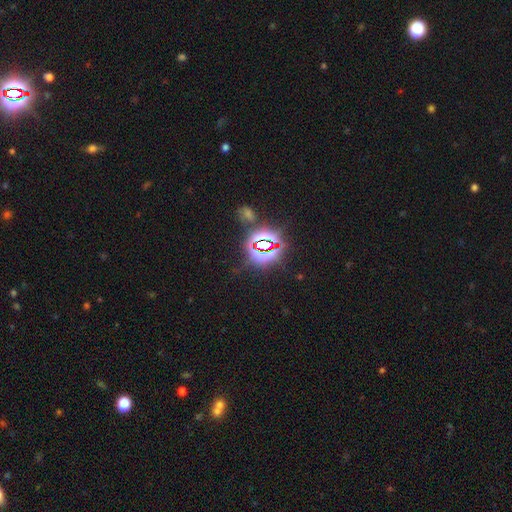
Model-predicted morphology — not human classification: Overall: star or artifact (81%).